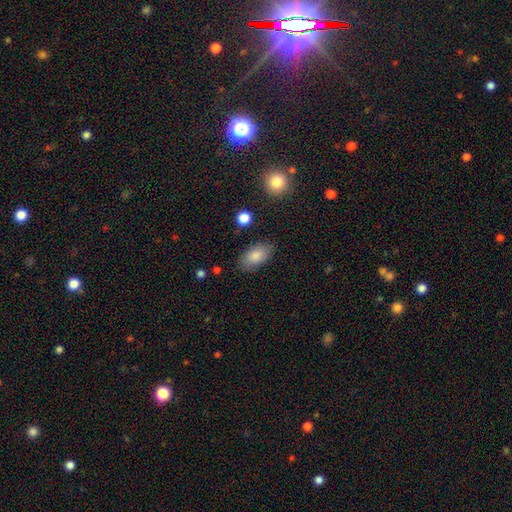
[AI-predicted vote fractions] Overall: smooth (85%). How rounded: in between (93%). Merging: none (83%).